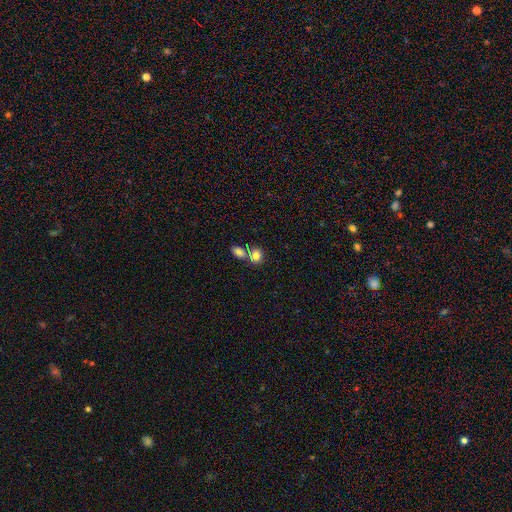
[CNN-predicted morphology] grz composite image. It shows a smooth galaxy with no disk features (82%) that is round (58%). Merging: none (45%).